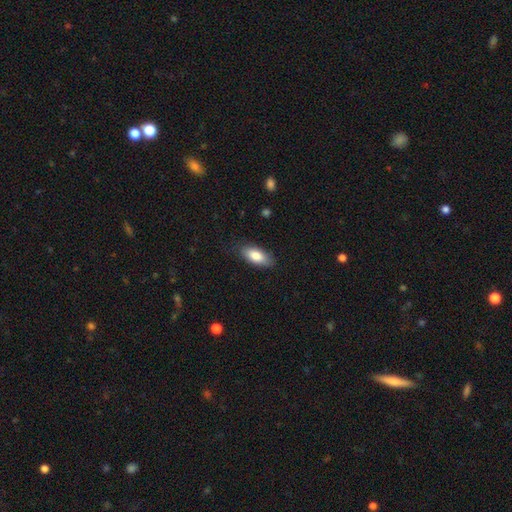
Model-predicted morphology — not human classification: smooth 83%, featured or disk 11%, star or artifact 6%. Down the decision tree: how rounded — in between (85%); merging — none (81%).